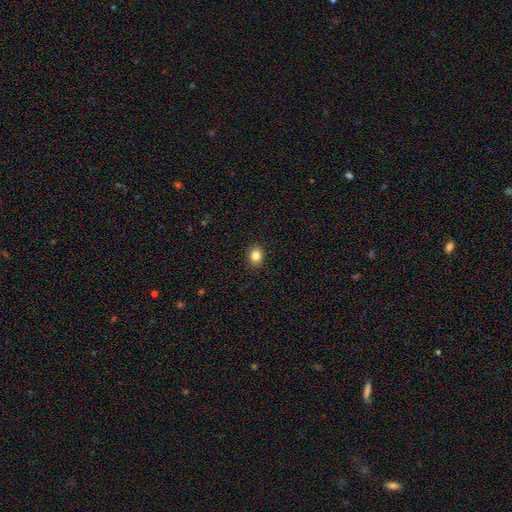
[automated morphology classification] smooth-or-featured: smooth: 84% | star or artifact: 10% | featured or disk: 6%
  how-rounded: round: 54% | in between: 45% | cigar-shaped: 1%
  merging: none: 91% | minor disturbance: 6% | major disturbance: 2% | merger: 1%